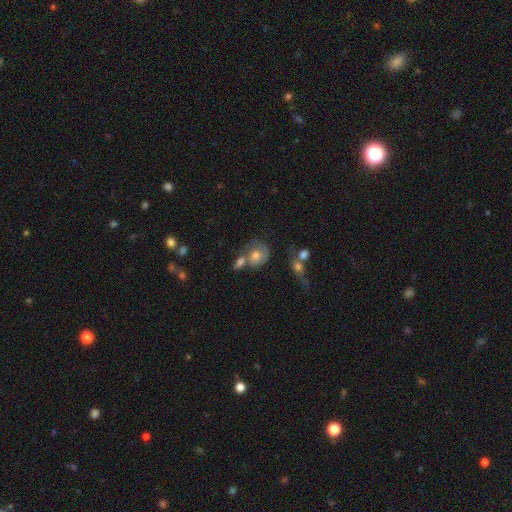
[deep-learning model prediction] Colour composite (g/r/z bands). It shows a smooth galaxy with no disk features (55%) that is round (61%). Merging: merger (42%).